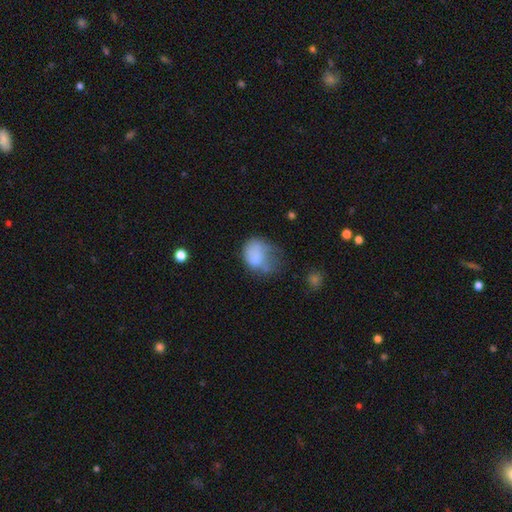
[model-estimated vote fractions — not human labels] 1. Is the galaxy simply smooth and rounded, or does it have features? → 70% smooth, 20% featured or disk, 10% star or artifact.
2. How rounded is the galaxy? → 63% in between, 36% round, 1% cigar-shaped.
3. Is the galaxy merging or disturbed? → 44% major disturbance, 29% minor disturbance, 20% none, 6% merger.